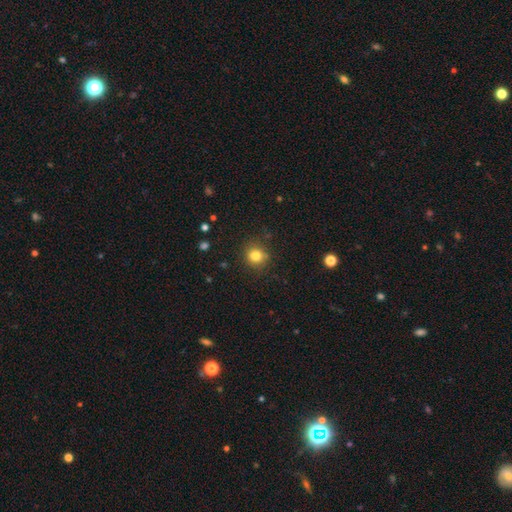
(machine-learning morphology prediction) Smooth or featured: smooth — 81% (star or artifact — 13%)
How rounded: round — 89% (in between — 10%)
Merging: none — 86% (minor disturbance — 9%)